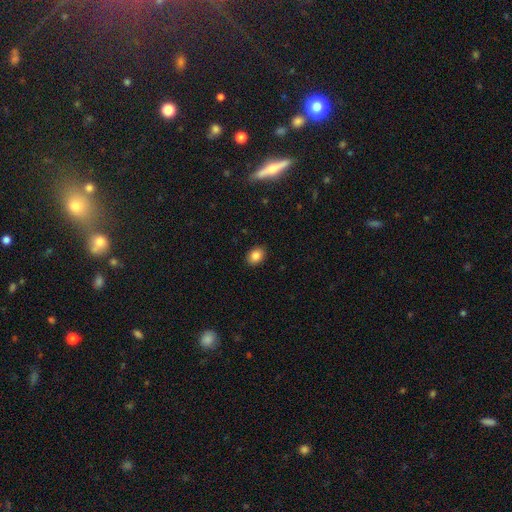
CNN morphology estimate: Smooth or featured: smooth — 85% (star or artifact — 9%)
How rounded: in between — 67% (round — 32%)
Merging: none — 90% (minor disturbance — 7%)